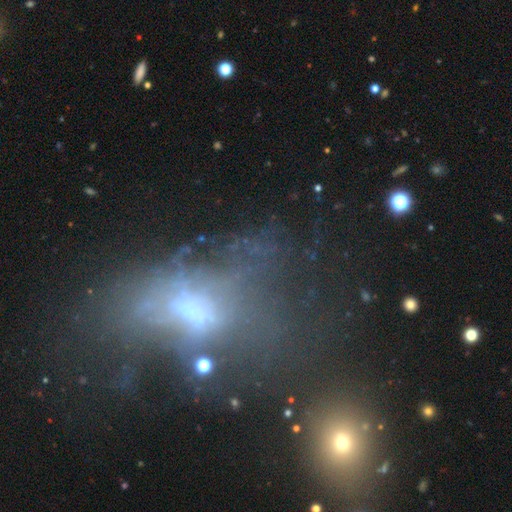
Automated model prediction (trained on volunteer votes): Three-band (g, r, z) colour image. It shows a featured or disk galaxy (42%). Merging: major disturbance (44%).